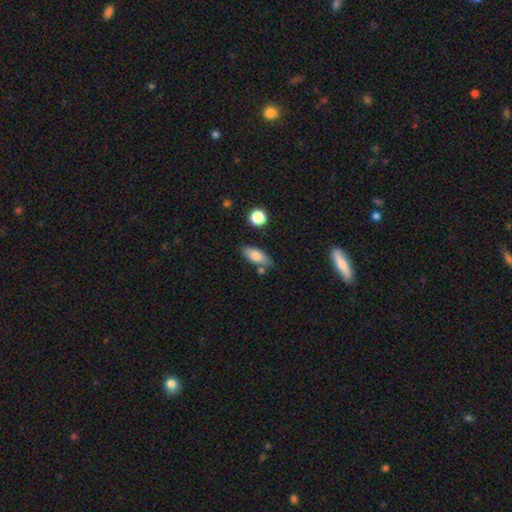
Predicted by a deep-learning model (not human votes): A smooth galaxy with no disk features (75%) that is in between round and cigar-shaped (81%). Merging: none (74%).